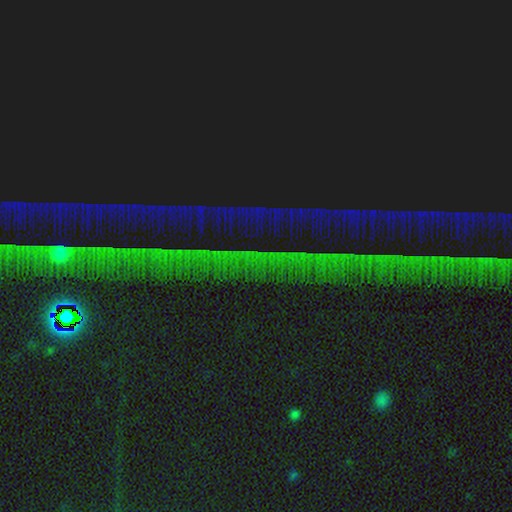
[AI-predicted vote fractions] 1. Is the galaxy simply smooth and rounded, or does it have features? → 89% star or artifact, 6% featured or disk, 5% smooth.